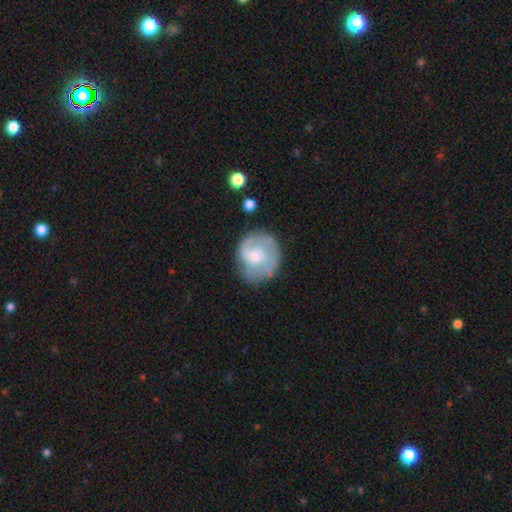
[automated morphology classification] This appears to be a featured or disk galaxy (56%) with no bar (64%), spiral arms (72%) and a moderate central bulge (44%). Merging: none (65%).